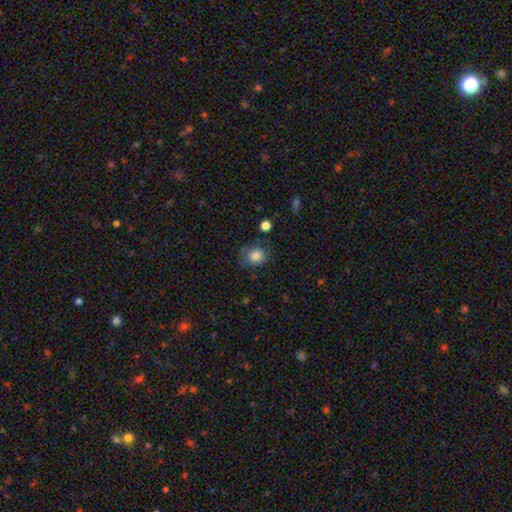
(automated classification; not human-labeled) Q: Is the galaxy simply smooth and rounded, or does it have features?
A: smooth — 84%.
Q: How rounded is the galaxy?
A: round — 63%.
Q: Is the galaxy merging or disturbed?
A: none — 59%.